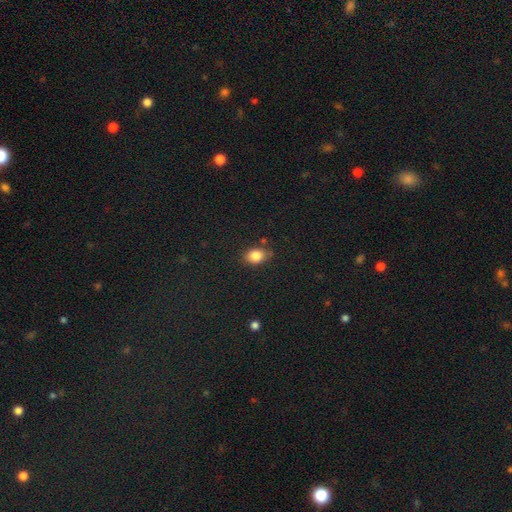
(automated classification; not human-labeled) A smooth galaxy with no disk features (84%) that is in between round and cigar-shaped (66%). Merging: none (78%).